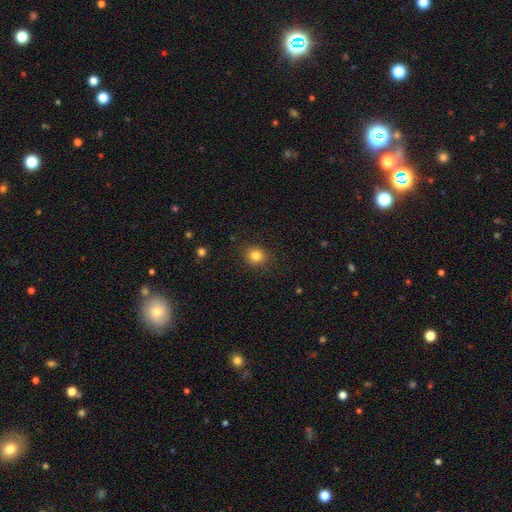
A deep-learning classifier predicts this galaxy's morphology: A smooth galaxy with no disk features (83%) that is round (83%). Merging: none (87%).